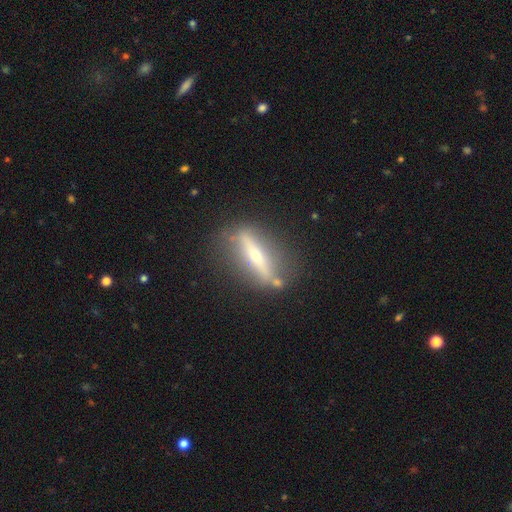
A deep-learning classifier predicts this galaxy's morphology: Overall: featured or disk (68%). Edge-on disk: yes (85%). Edge-on bulge: rounded (89%). Merging: none (77%).